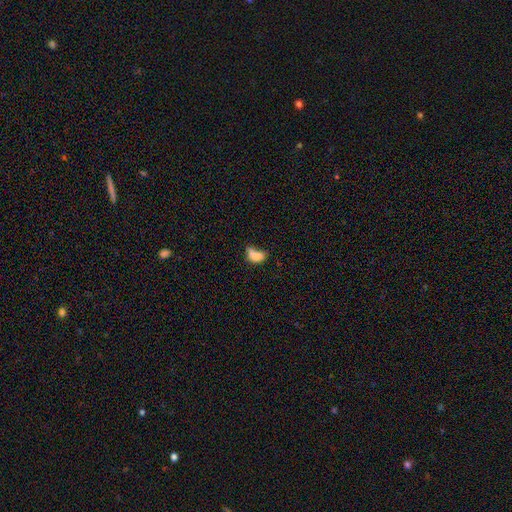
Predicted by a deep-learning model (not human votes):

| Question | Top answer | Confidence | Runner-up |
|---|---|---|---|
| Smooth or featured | smooth | 74% | featured or disk (16%) |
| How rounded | in between | 83% | round (13%) |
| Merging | merger | 27% | tied: major disturbance (27%) |